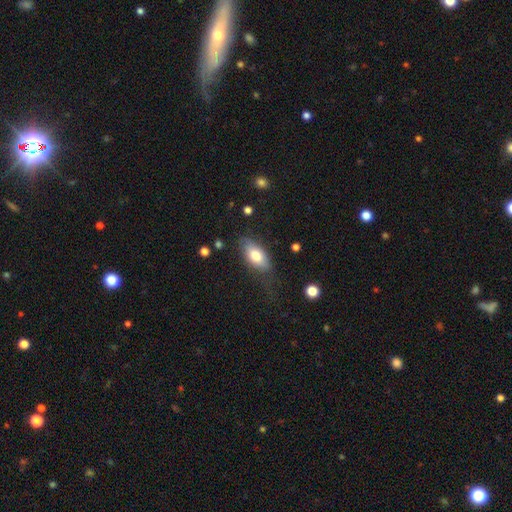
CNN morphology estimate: A smooth galaxy with no disk features (74%) that is in between round and cigar-shaped (89%). Merging: none (65%).